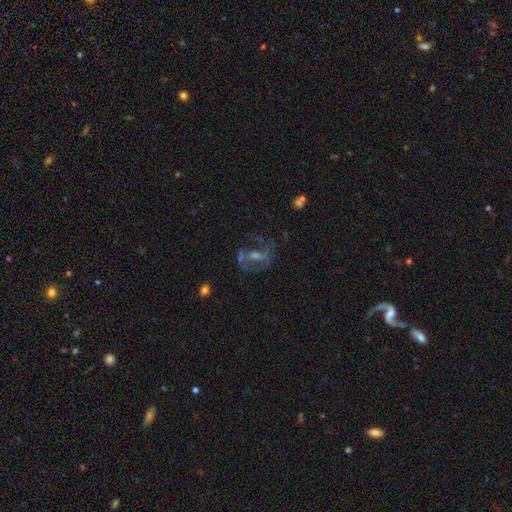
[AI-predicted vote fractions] Smooth or featured? Predicted: featured or disk (p=0.65). Edge-on disk? Predicted: no (p=0.93). Bar? Predicted: weak (p=0.41). Spiral arms? Predicted: yes (p=0.64). Bulge size? Predicted: moderate (p=0.44). Merging? Predicted: none (p=0.55).